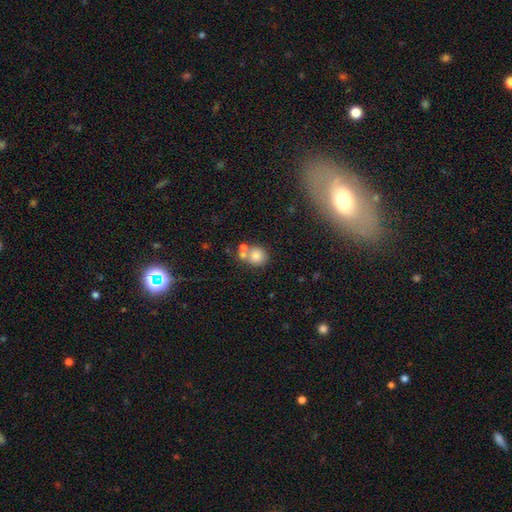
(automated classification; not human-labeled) Overall: smooth (75%). How rounded: round (81%). Merging: none (47%; merger 37%).